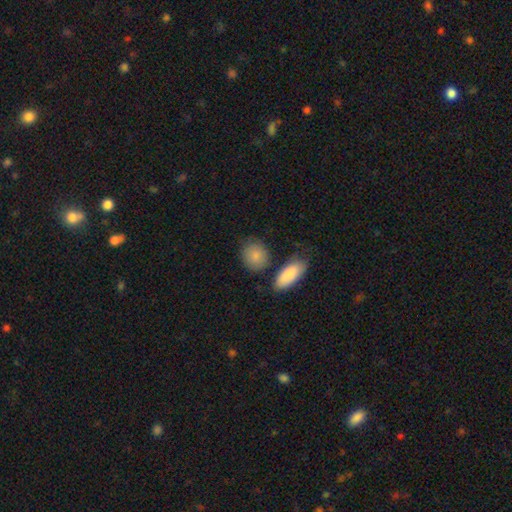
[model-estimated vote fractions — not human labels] Smooth or featured? Predicted: smooth (p=0.88). How rounded? Predicted: round (p=0.57). Merging? Predicted: none (p=0.74).